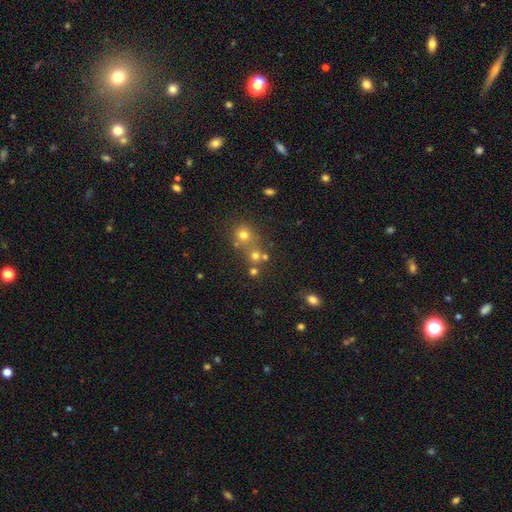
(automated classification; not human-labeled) smooth_or_featured: smooth (p=0.64) [alt: star or artifact p=0.24]
how_rounded: round (p=0.87) [alt: in between p=0.12]
merging: none (p=0.55) [alt: merger p=0.35]